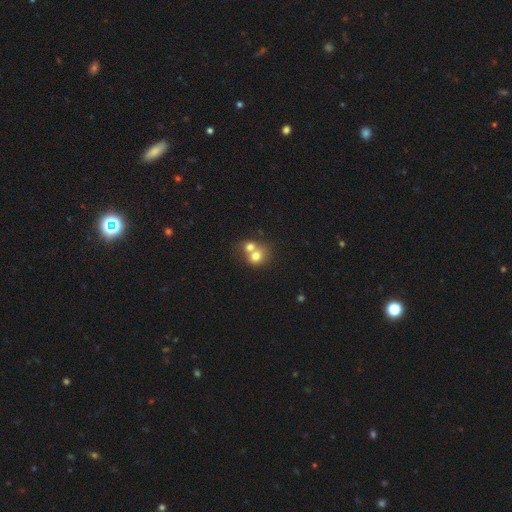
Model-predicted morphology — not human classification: smooth-or-featured: smooth: 72% | featured or disk: 18% | star or artifact: 10%
  how-rounded: round: 70% | in between: 29% | cigar-shaped: 1%
  merging: merger: 67% | none: 25% | minor disturbance: 5% | major disturbance: 3%